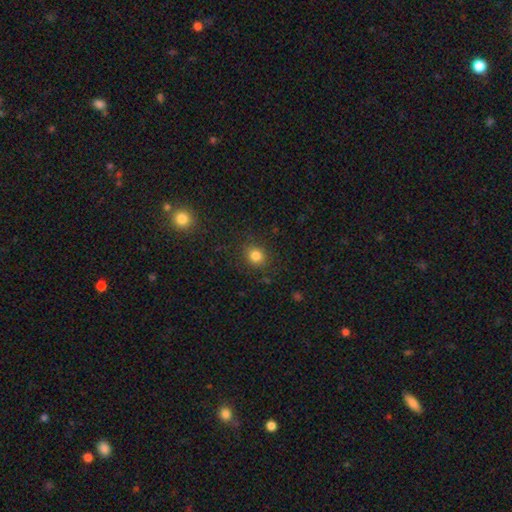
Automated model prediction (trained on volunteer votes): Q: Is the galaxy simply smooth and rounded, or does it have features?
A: smooth — 82%.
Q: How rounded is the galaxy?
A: round — 81%.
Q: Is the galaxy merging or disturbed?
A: none — 87%.